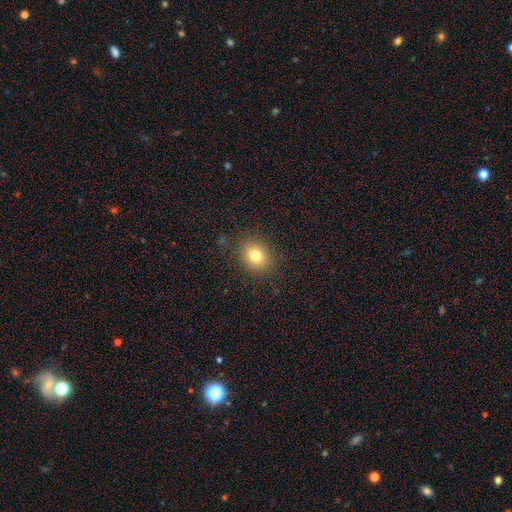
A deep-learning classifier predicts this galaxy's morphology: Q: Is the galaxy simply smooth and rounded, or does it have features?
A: smooth — 78%.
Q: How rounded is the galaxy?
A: round — 62%.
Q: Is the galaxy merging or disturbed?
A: none — 87%.